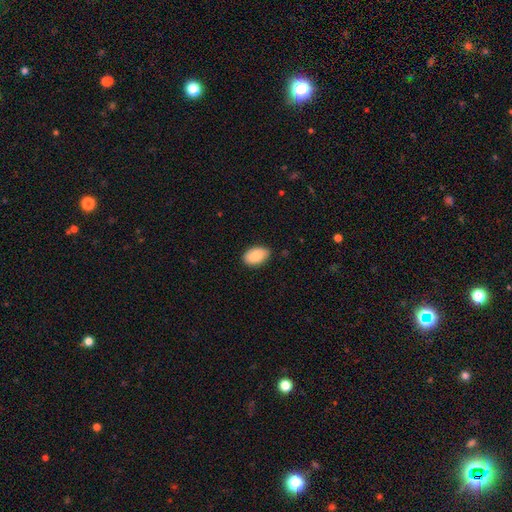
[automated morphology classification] This is clearly a smooth galaxy (86%). How rounded: clearly in between (92%). Merging: clearly none (84%).